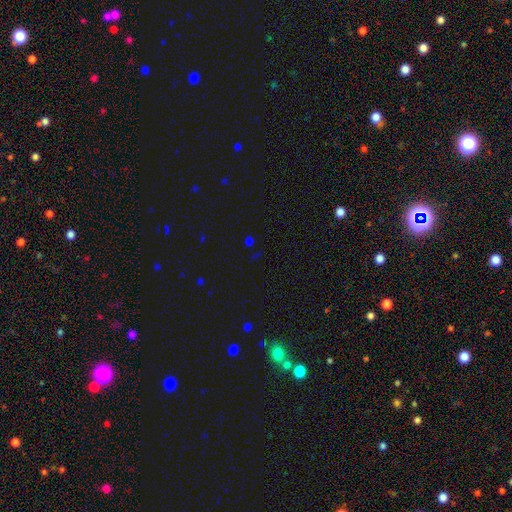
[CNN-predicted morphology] smooth-or-featured: star or artifact: 62% | smooth: 31% | featured or disk: 7%